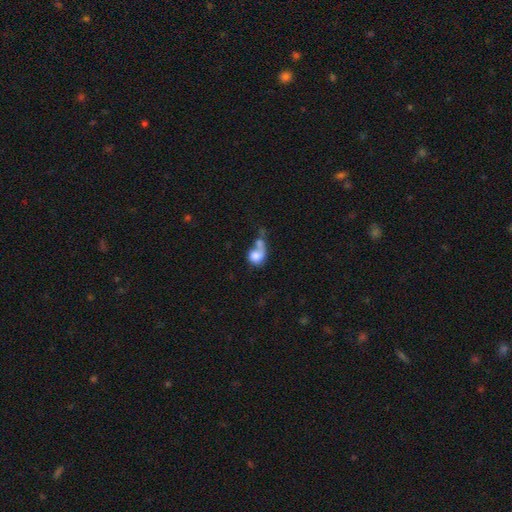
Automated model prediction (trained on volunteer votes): smooth 70%, featured or disk 21%, star or artifact 9%. Down the decision tree: how rounded — round (59%); merging — merger (49%).